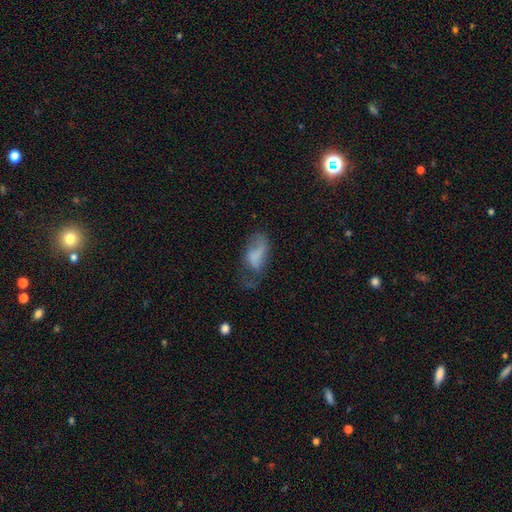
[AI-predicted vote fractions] smooth 59%, featured or disk 30%, star or artifact 10%. Down the decision tree: how rounded — in between (90%); merging — major disturbance (38%).